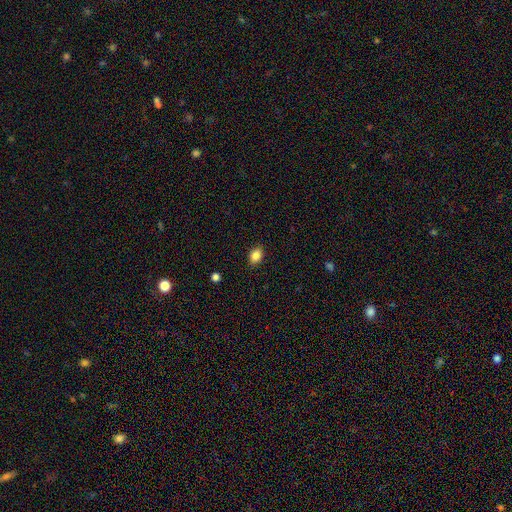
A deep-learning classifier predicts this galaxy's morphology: Smooth or featured?
  - smooth: 86% *
  - star or artifact: 9%
  - featured or disk: 5%
How rounded?
  - in between: 76% *
  - round: 22%
  - cigar-shaped: 1%
Merging?
  - none: 88% *
  - minor disturbance: 8%
  - major disturbance: 2%
  - merger: 1%